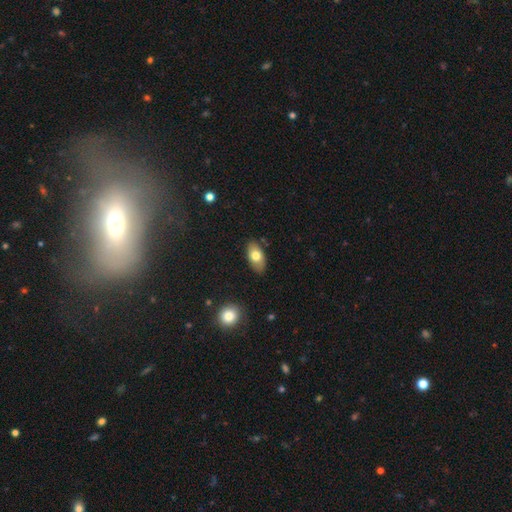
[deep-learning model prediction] Q: Smooth or featured?
A: smooth (73%); runner-up: featured or disk (20%)
Q: How rounded?
A: in between (92%); runner-up: round (5%)
Q: Merging?
A: none (83%); runner-up: minor disturbance (13%)